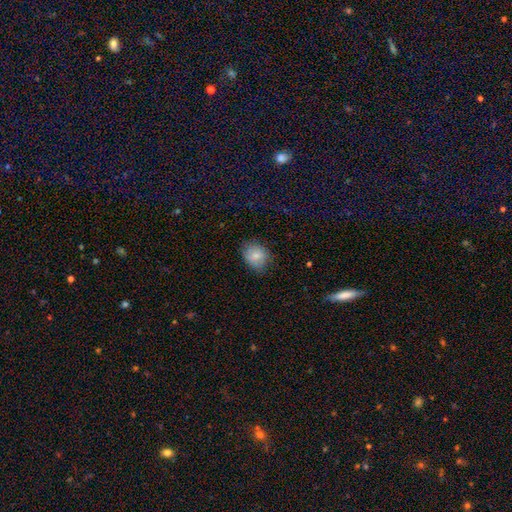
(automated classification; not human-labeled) Q: Smooth or featured?
A: smooth (78%); runner-up: featured or disk (14%)
Q: How rounded?
A: round (54%); runner-up: in between (45%)
Q: Merging?
A: none (74%); runner-up: minor disturbance (21%)